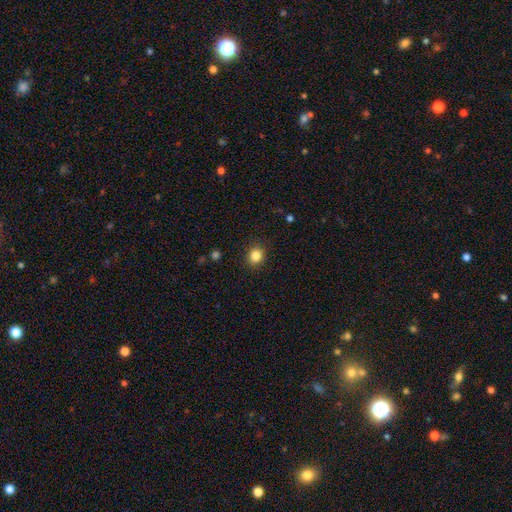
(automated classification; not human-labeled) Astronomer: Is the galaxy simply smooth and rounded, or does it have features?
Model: smooth — 85%.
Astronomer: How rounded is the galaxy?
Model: round — 70%.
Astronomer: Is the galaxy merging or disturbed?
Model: none — 89%.